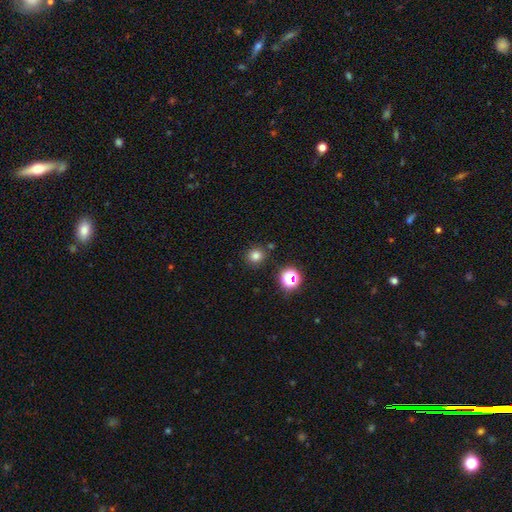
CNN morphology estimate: type=smooth (77%); roundness=round (89%); merging=none (84%).